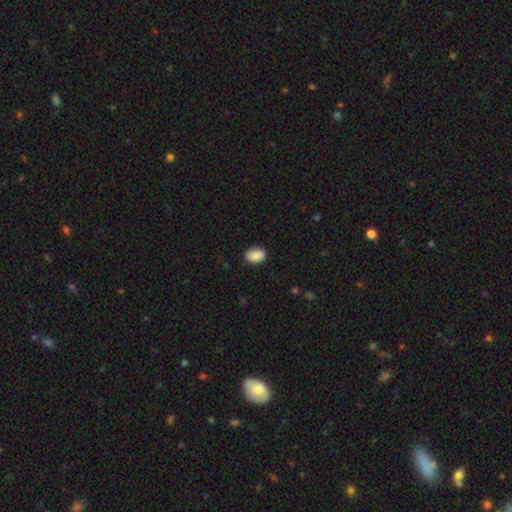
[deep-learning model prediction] A smooth galaxy with no disk features (88%) that is in between round and cigar-shaped (76%). Merging: none (84%).